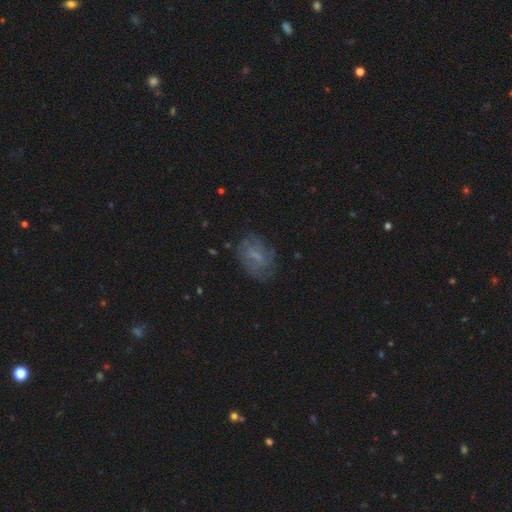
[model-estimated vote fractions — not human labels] A featured or disk galaxy (44%).

Vote fractions:
- Smooth or featured? featured or disk: 44% / smooth: 43% / star or artifact: 12%
- Merging? none: 67% / minor disturbance: 21% / major disturbance: 11% / merger: 2%